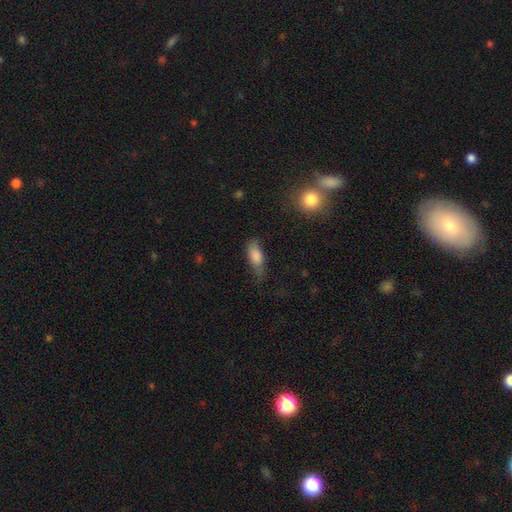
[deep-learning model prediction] Morphology: type=smooth (79%); roundness=in between (76%); merging=none (50%).